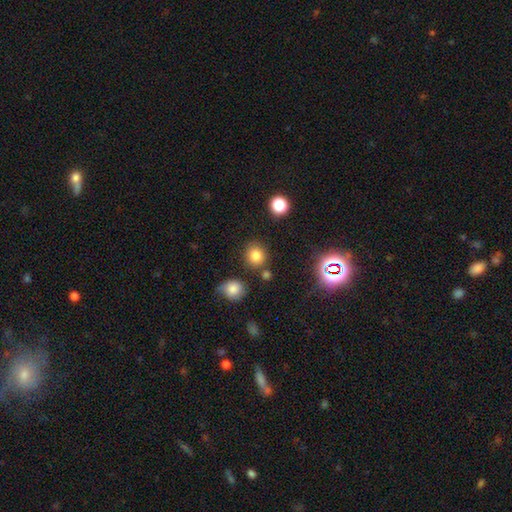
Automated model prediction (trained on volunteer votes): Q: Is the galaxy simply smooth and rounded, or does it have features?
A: smooth — 80%.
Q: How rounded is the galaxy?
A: round — 83%.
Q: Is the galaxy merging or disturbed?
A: none — 80%.